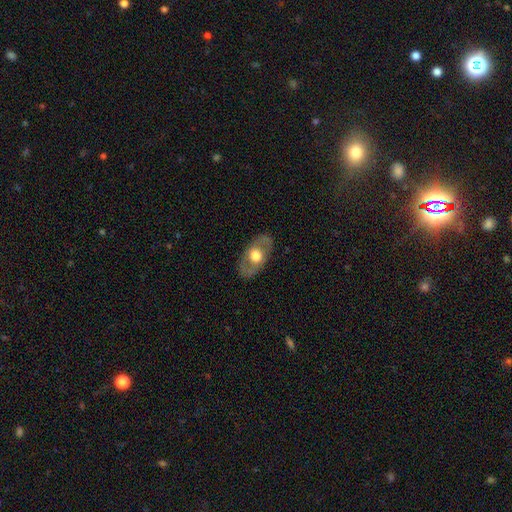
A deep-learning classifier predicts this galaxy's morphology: This is possibly a featured or disk galaxy (54%). It is clearly not viewed edge-on (84%). Merging: clearly none (83%).